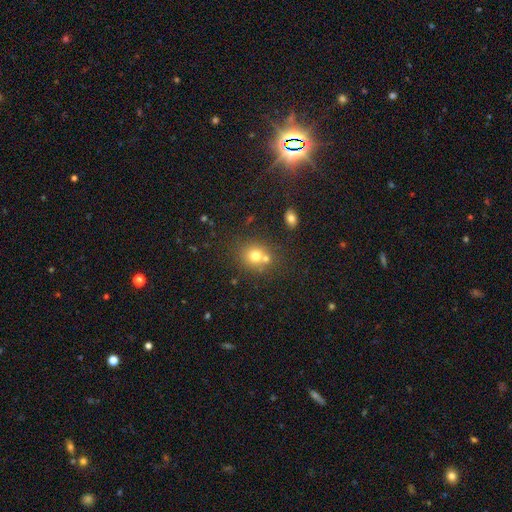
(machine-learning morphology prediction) Smooth or featured? smooth (72%)
How rounded? round (75%)
Merging? none (56%)